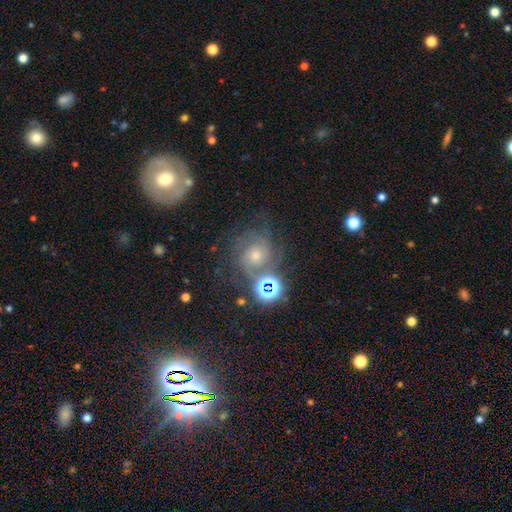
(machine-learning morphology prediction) type=featured or disk (51%); edge-on=no (97%); merging=none (57%).